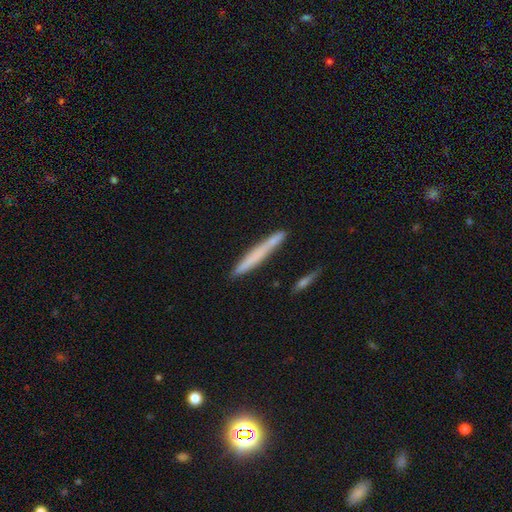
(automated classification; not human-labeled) smooth-or-featured: smooth: 63% | featured or disk: 31% | star or artifact: 6%
  how-rounded: cigar-shaped: 96% | in between: 2% | round: 1%
  merging: none: 84% | minor disturbance: 11% | merger: 4% | major disturbance: 2%